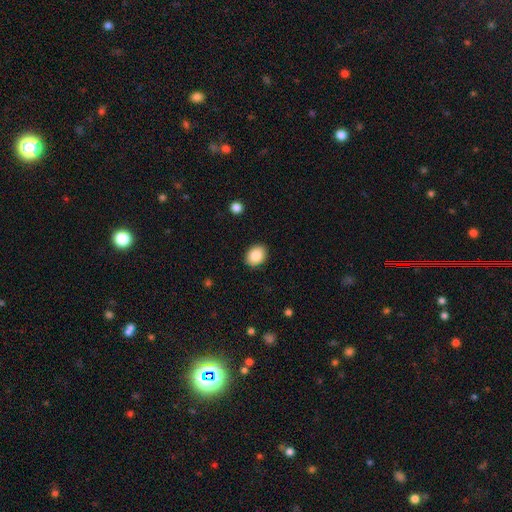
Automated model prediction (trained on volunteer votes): Smooth or featured?
  - smooth: 88% *
  - star or artifact: 8%
  - featured or disk: 5%
How rounded?
  - in between: 55% *
  - round: 44%
  - cigar-shaped: 1%
Merging?
  - none: 89% *
  - minor disturbance: 8%
  - major disturbance: 2%
  - merger: 1%